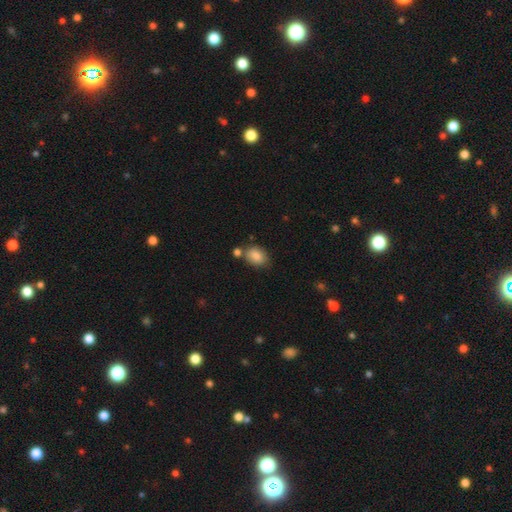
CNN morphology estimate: Smooth or featured? Predicted: smooth (p=0.85). How rounded? Predicted: in between (p=0.76). Merging? Predicted: none (p=0.63).